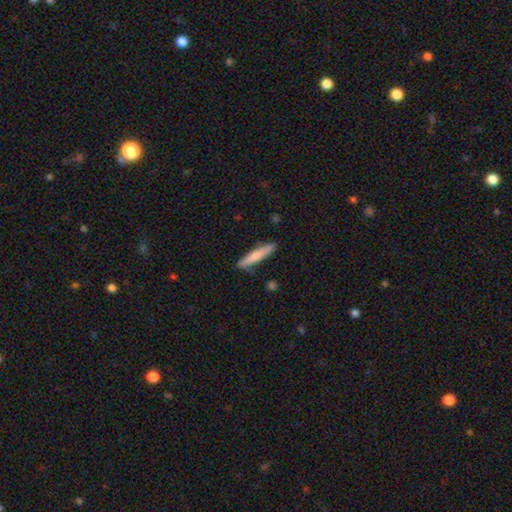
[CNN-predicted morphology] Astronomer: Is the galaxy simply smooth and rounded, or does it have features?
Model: smooth — 71%.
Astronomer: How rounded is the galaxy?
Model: cigar-shaped — 92%.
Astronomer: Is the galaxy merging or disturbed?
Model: none — 86%.